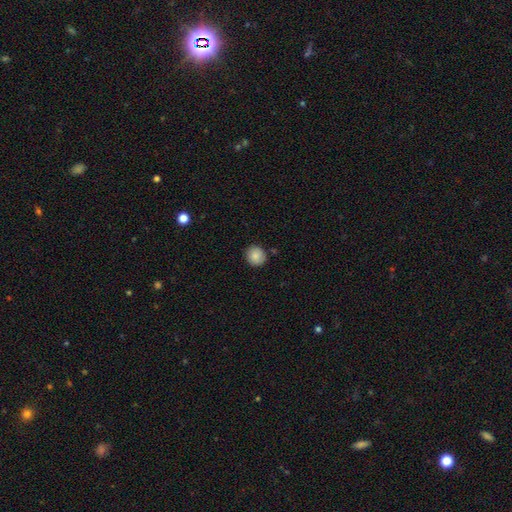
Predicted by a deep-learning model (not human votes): Smooth or featured? smooth (87%)
How rounded? round (87%)
Merging? none (88%)